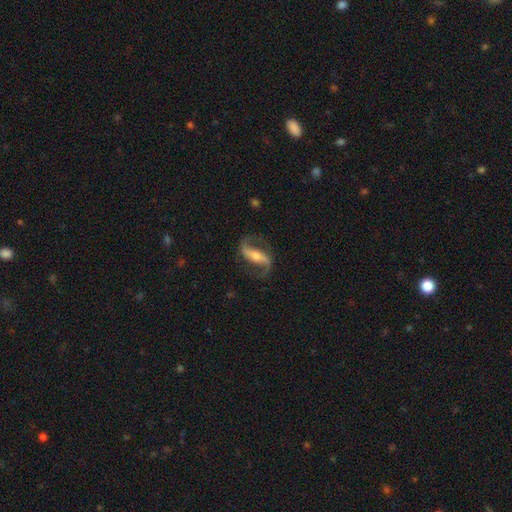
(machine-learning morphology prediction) featured or disk 88%, smooth 6%, star or artifact 5%. Down the decision tree: edge-on disk — no (93%); bar — strong (57%); spiral arms — yes (96%); spiral arm count — 2 (93%); spiral winding — loose (52%); bulge size — moderate (49%); merging — none (79%).